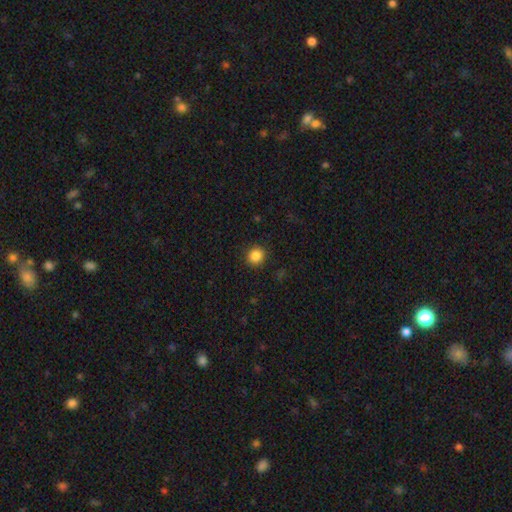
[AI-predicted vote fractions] Smooth or featured? Predicted: smooth (p=0.87). How rounded? Predicted: round (p=0.85). Merging? Predicted: none (p=0.91).